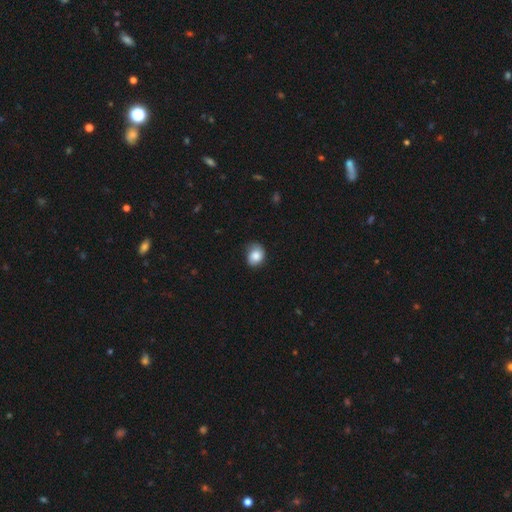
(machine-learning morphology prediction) smooth_or_featured: smooth (p=0.78) [alt: featured or disk p=0.14]
how_rounded: round (p=0.55) [alt: in between p=0.44]
merging: none (p=0.65) [alt: minor disturbance p=0.28]